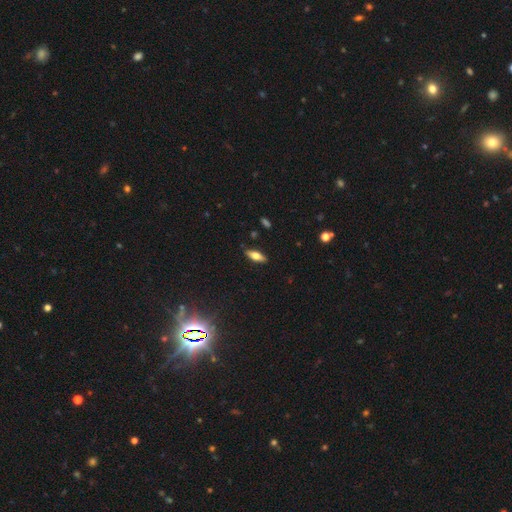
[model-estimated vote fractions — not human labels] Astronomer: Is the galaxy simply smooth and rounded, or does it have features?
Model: smooth — 56% (runner-up: featured or disk, 36%).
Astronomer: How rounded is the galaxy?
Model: in between — 66%.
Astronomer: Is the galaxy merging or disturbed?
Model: none — 86%.